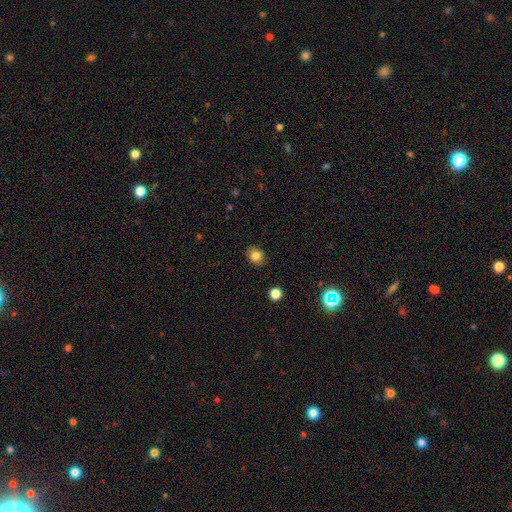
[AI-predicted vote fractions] A smooth galaxy with no disk features (82%) that is round (63%).

Vote fractions:
- Smooth or featured? smooth: 82% / star or artifact: 11% / featured or disk: 6%
- How rounded? round: 63% / in between: 36% / cigar-shaped: 1%
- Merging? none: 90% / minor disturbance: 7% / major disturbance: 2% / merger: 1%